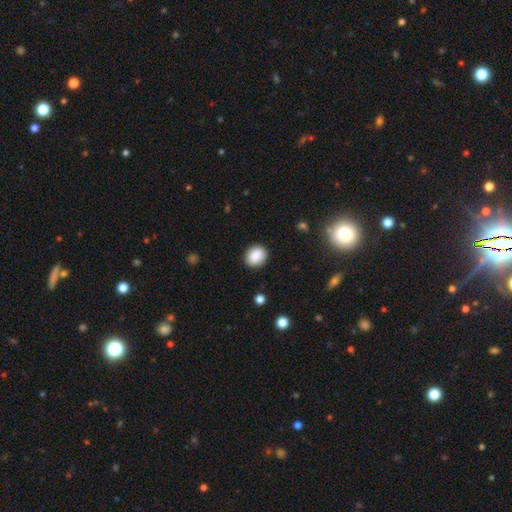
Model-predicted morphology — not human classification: smooth_or_featured: smooth (p=0.88) [alt: star or artifact p=0.08]
how_rounded: round (p=0.62) [alt: in between p=0.37]
merging: none (p=0.87) [alt: minor disturbance p=0.09]